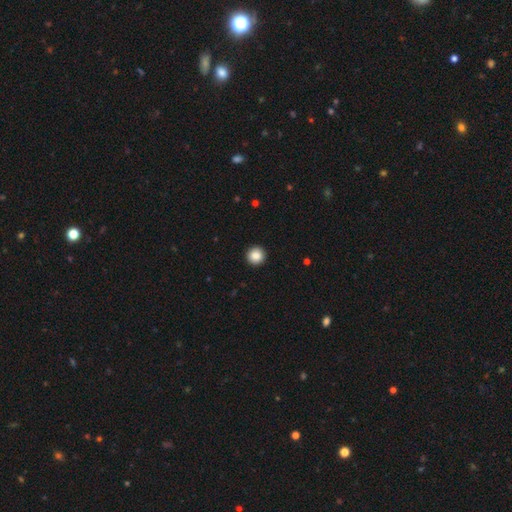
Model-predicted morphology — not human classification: Smooth or featured?
  - smooth: 87% *
  - star or artifact: 9%
  - featured or disk: 4%
How rounded?
  - round: 96% *
  - in between: 3%
  - cigar-shaped: 1%
Merging?
  - none: 93% *
  - minor disturbance: 4%
  - major disturbance: 1%
  - merger: 1%